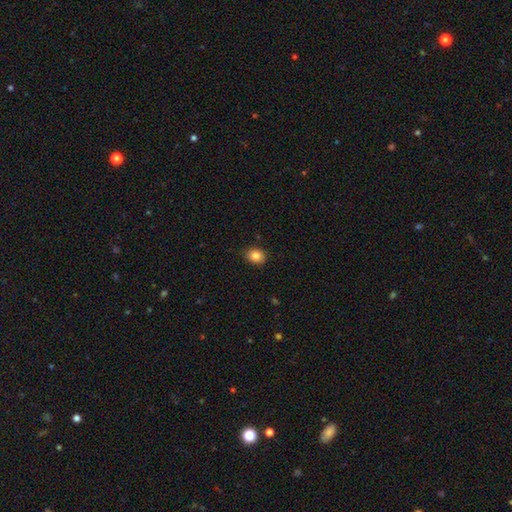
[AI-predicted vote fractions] Smooth or featured? Predicted: smooth (p=0.85). How rounded? Predicted: in between (p=0.52). Merging? Predicted: none (p=0.85).